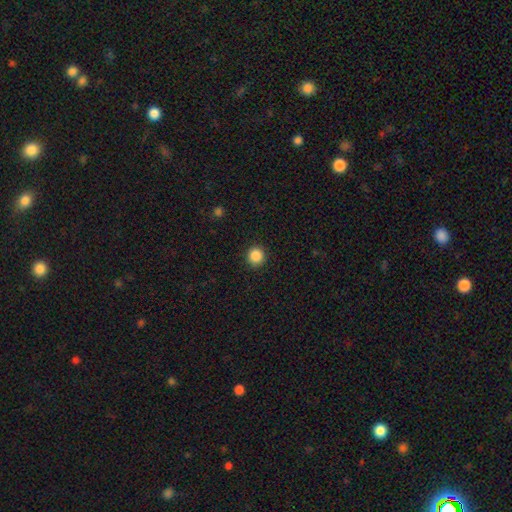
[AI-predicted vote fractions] A smooth galaxy with no disk features (87%) that is round (94%).

Vote fractions:
- Smooth or featured? smooth: 87% / star or artifact: 10% / featured or disk: 3%
- How rounded? round: 94% / in between: 5% / cigar-shaped: 1%
- Merging? none: 93% / minor disturbance: 5% / major disturbance: 2% / merger: 1%